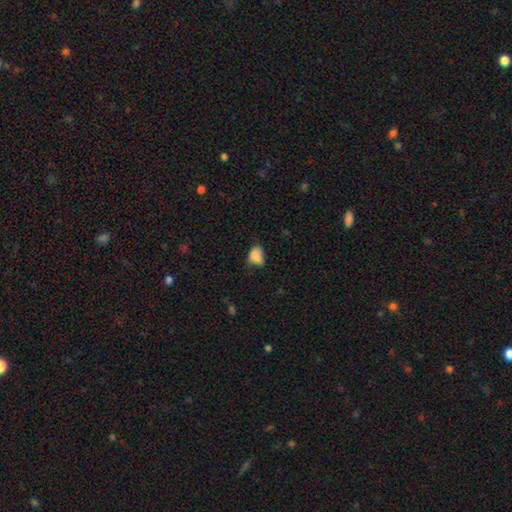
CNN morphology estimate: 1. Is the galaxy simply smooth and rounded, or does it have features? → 82% smooth, 10% star or artifact, 8% featured or disk.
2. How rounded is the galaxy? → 76% in between, 22% round, 1% cigar-shaped.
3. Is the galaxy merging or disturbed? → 46% none, 38% minor disturbance, 13% major disturbance, 4% merger.